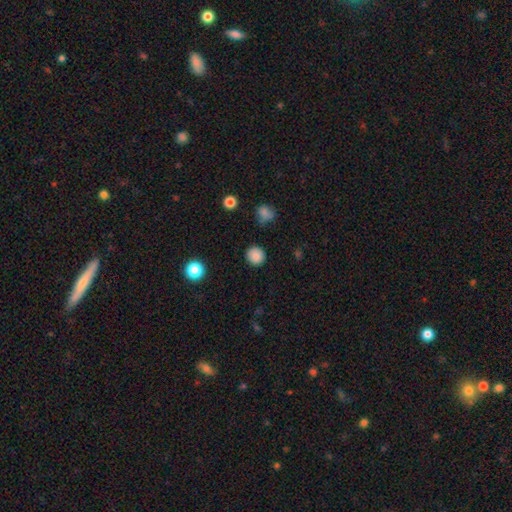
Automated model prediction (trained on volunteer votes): A smooth galaxy with no disk features (85%) that is round (93%). Merging: none (89%).